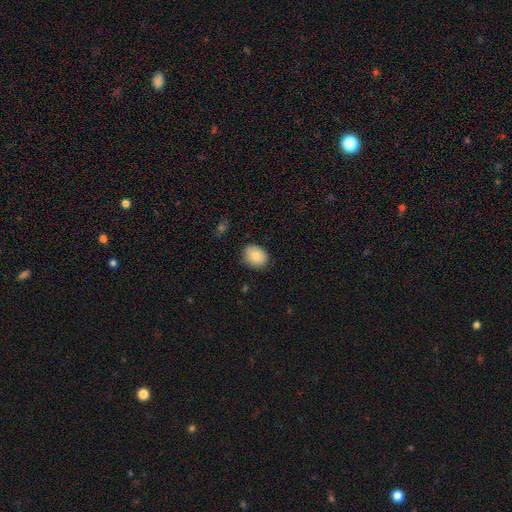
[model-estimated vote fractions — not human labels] Smooth or featured? Predicted: smooth (p=0.85). How rounded? Predicted: in between (p=0.51). Merging? Predicted: none (p=0.85).